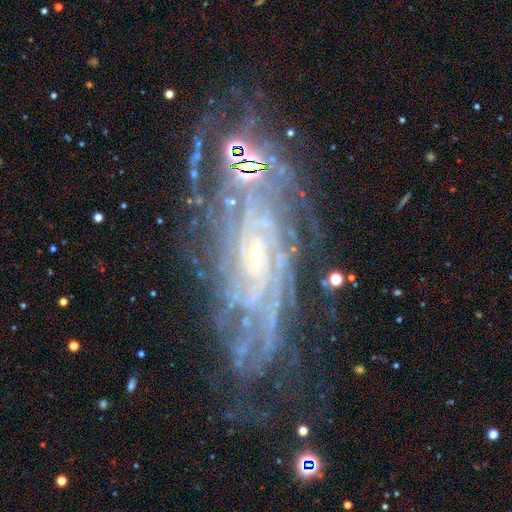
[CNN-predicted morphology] Overall: featured or disk (86%). Edge-on disk: no (91%). Bar: no (58%; weak 30%). Spiral arms: yes (96%). Spiral arm count: can't tell (35%; 4 18%). Spiral winding: tight (73%). Bulge size: small (76%). Merging: none (68%).